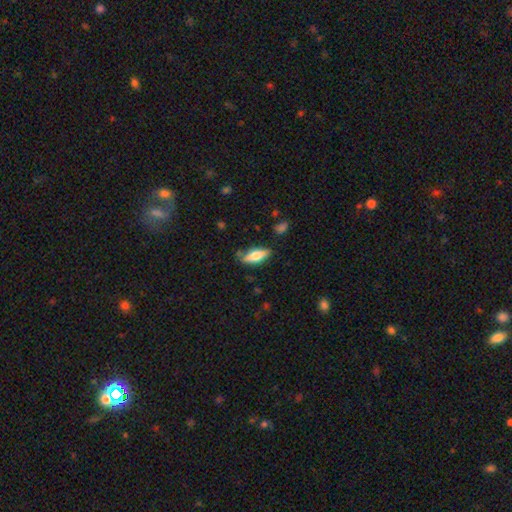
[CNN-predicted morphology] This appears to be a smooth galaxy with no disk features (67%) that is in between round and cigar-shaped (66%). Merging: none (78%).